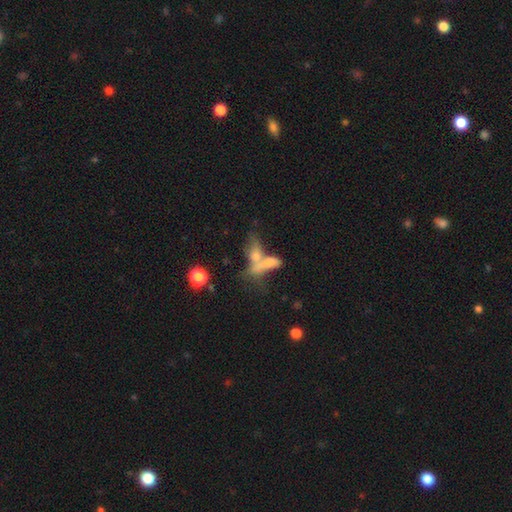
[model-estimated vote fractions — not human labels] smooth_or_featured: smooth (p=0.60) [alt: featured or disk p=0.28]
how_rounded: in between (p=0.58) [alt: cigar-shaped p=0.32]
merging: merger (p=0.63) [alt: none p=0.20]